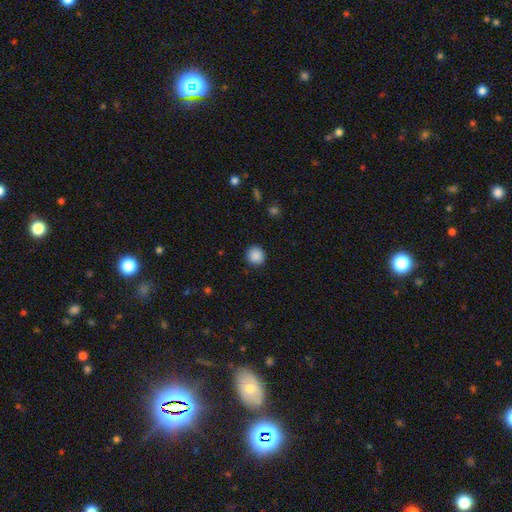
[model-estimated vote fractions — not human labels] This is clearly a smooth galaxy (88%). How rounded: clearly round (89%). Merging: clearly none (90%).